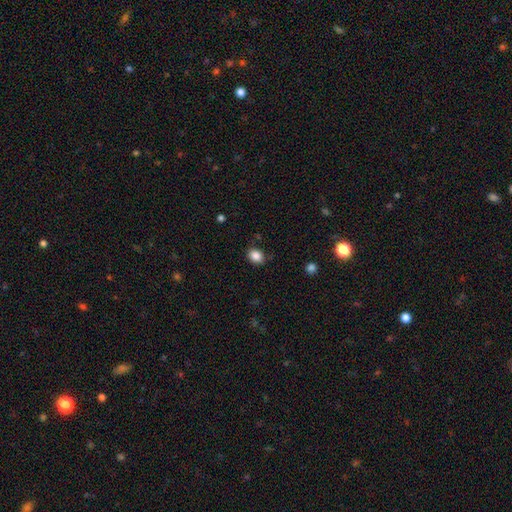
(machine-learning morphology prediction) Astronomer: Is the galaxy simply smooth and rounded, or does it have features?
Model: smooth — 86%.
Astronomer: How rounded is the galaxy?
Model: in between — 54% (runner-up: round, 45%).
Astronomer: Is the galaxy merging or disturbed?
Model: none — 80%.